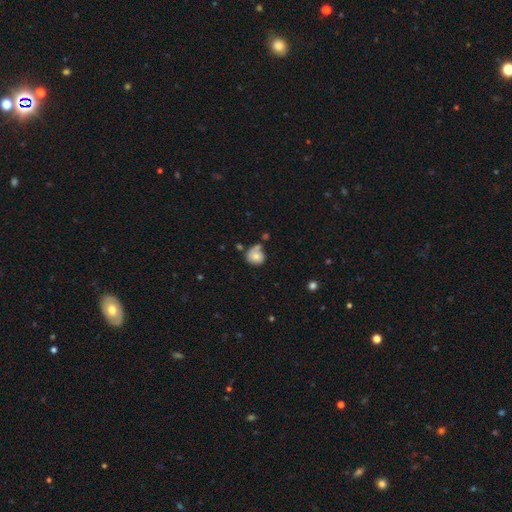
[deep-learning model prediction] Smooth or featured? Predicted: smooth (p=0.69). How rounded? Predicted: round (p=0.81). Merging? Predicted: none (p=0.49).